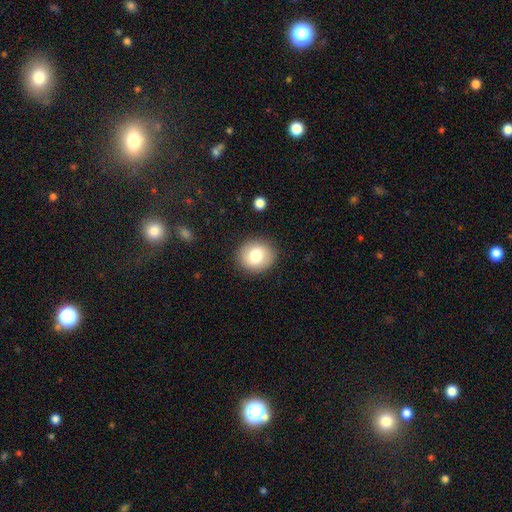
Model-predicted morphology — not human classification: A smooth galaxy with no disk features (78%) that is round (76%).

Vote fractions:
- Smooth or featured? smooth: 78% / featured or disk: 13% / star or artifact: 8%
- How rounded? round: 76% / in between: 23% / cigar-shaped: 1%
- Merging? none: 88% / minor disturbance: 8% / major disturbance: 3% / merger: 1%